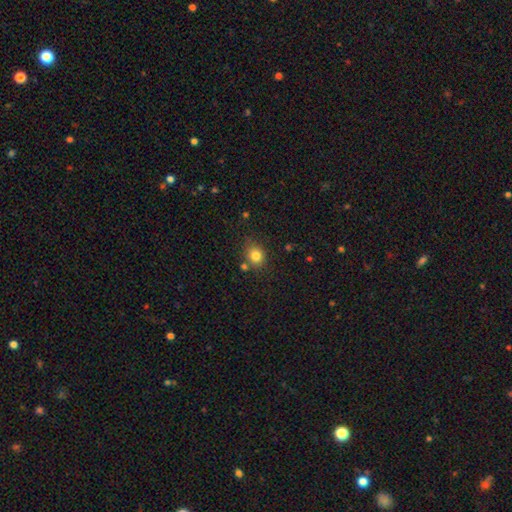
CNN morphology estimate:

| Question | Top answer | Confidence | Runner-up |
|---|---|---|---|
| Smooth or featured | smooth | 82% | star or artifact (11%) |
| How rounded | round | 67% | in between (32%) |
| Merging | none | 72% | minor disturbance (15%) |